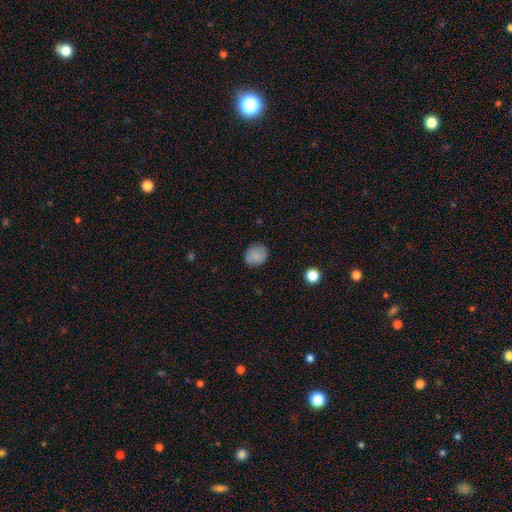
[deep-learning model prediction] Smooth or featured? smooth (83%)
How rounded? round (76%)
Merging? none (83%)